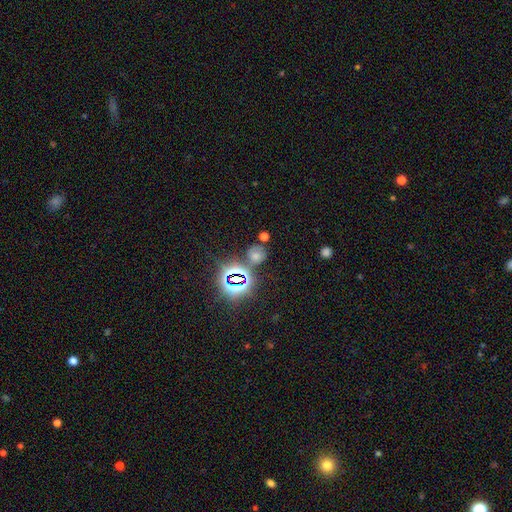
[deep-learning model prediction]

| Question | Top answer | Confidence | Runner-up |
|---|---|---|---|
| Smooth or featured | smooth | 44% | star or artifact (41%) |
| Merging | none | 66% | minor disturbance (15%) |